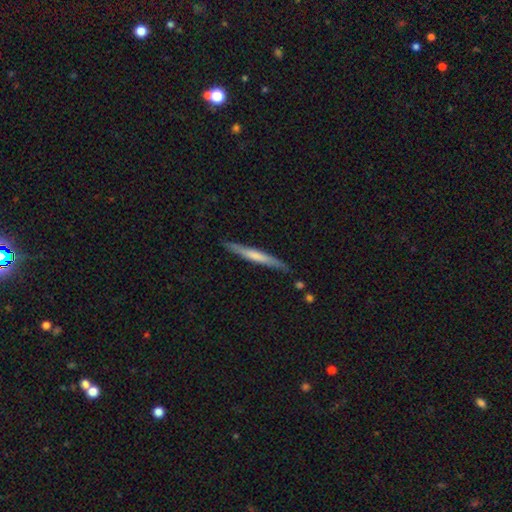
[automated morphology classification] This appears to be a smooth galaxy with no disk features (51%) that is cigar-shaped (96%). Merging: none (85%).